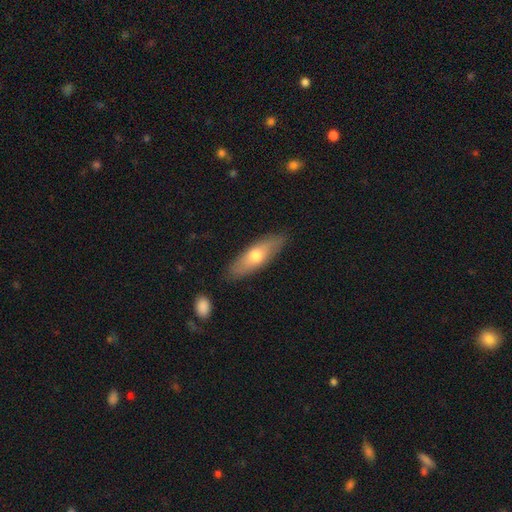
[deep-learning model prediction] The model was most divided on "how rounded": in between: 54%, cigar-shaped: 44%, round: 3%. More confident: merging — none (85%); smooth or featured — smooth (61%).